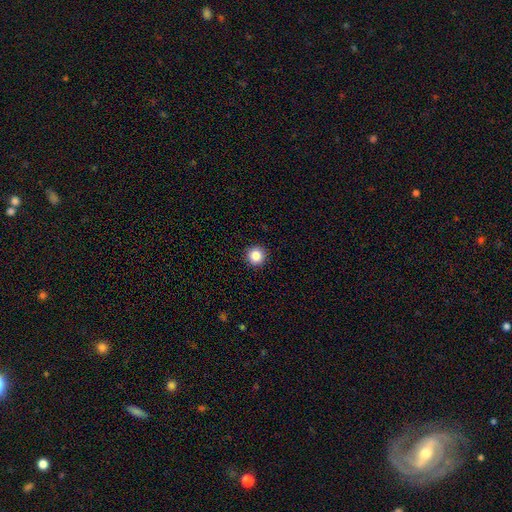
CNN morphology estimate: smooth_or_featured: smooth (p=0.87) [alt: star or artifact p=0.10]
how_rounded: round (p=0.96) [alt: in between p=0.03]
merging: none (p=0.93) [alt: minor disturbance p=0.04]